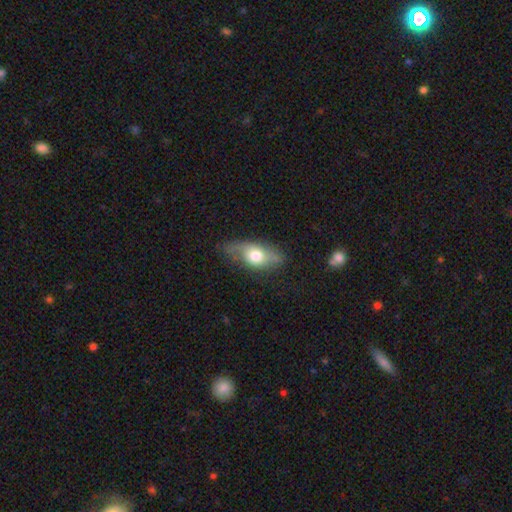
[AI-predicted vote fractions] A smooth galaxy with no disk features (59%) that is in between round and cigar-shaped (80%).

Vote fractions:
- Smooth or featured? smooth: 59% / featured or disk: 33% / star or artifact: 8%
- How rounded? in between: 80% / round: 10% / cigar-shaped: 10%
- Merging? none: 54% / minor disturbance: 31% / major disturbance: 13% / merger: 2%